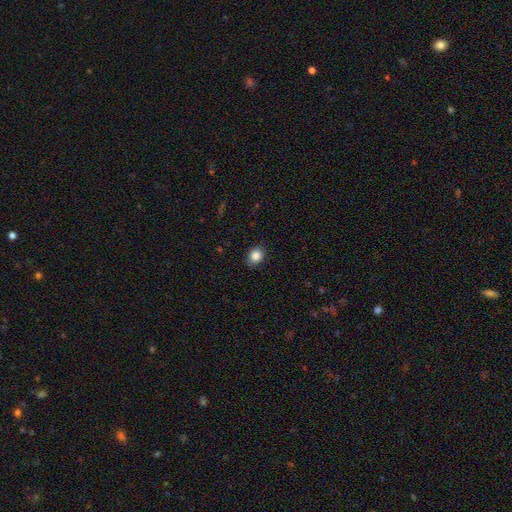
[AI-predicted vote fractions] smooth-or-featured: smooth: 86% | star or artifact: 10% | featured or disk: 4%
  how-rounded: round: 56% | in between: 43% | cigar-shaped: 1%
  merging: none: 88% | minor disturbance: 9% | major disturbance: 2% | merger: 1%